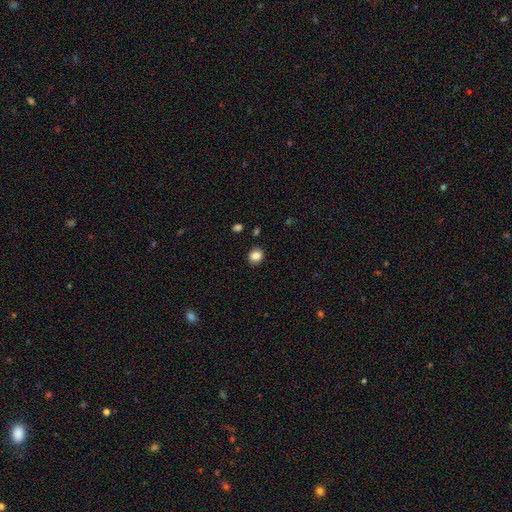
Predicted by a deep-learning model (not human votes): smooth 85%, star or artifact 10%, featured or disk 5%. Down the decision tree: how rounded — round (74%); merging — none (88%).